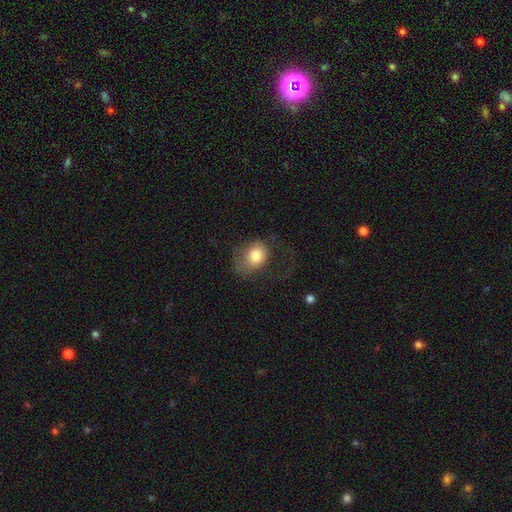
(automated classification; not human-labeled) Q: Smooth or featured?
A: smooth (76%); runner-up: featured or disk (16%)
Q: How rounded?
A: in between (55%); runner-up: round (44%)
Q: Merging?
A: major disturbance (42%); runner-up: none (35%)